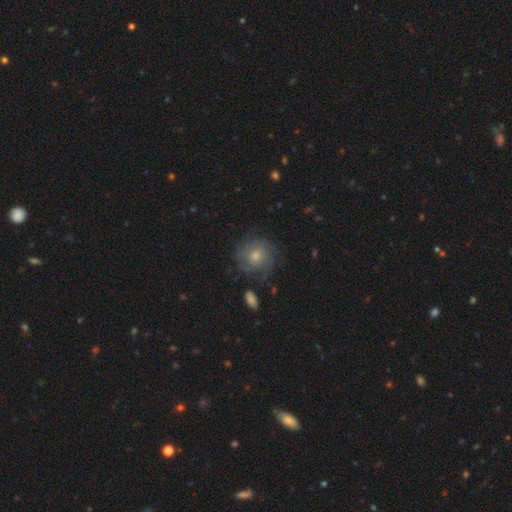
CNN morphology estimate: type=featured or disk (51%); edge-on=no (97%); merging=none (77%).